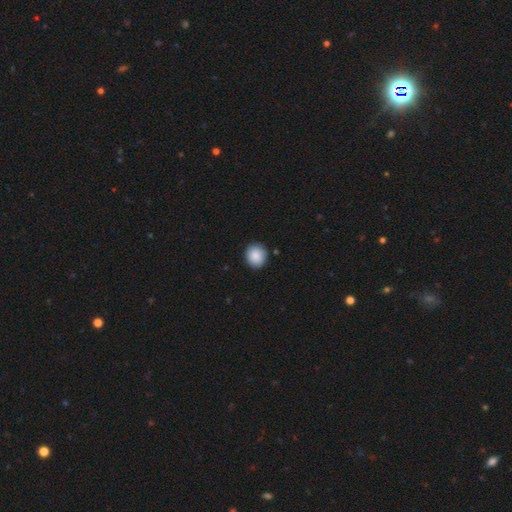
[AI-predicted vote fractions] smooth 88%, star or artifact 7%, featured or disk 4%. Down the decision tree: how rounded — round (80%); merging — none (88%).